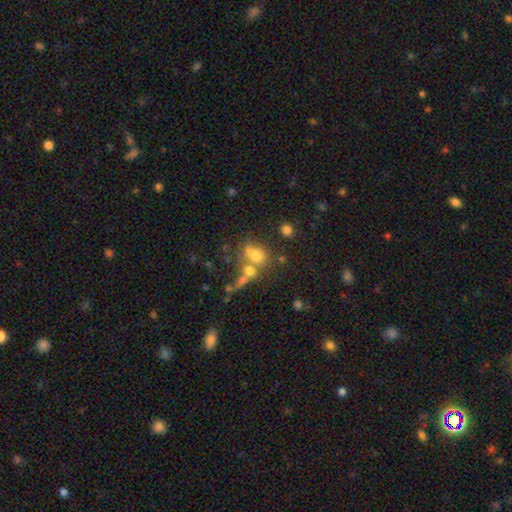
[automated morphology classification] Smooth or featured? smooth (60%)
How rounded? in between (48%, tied with round)
Merging? merger (50%)